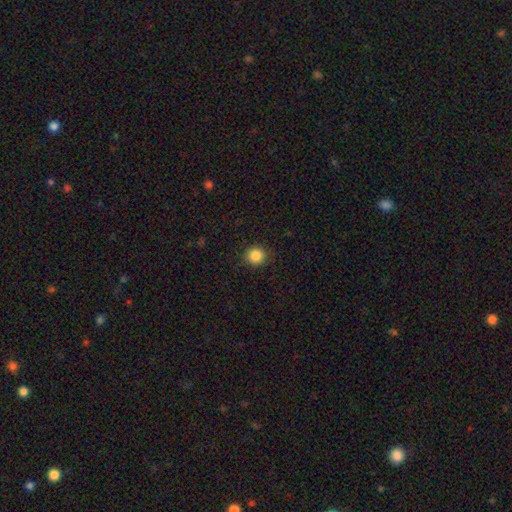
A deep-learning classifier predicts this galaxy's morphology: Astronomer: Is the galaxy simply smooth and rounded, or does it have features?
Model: smooth — 86%.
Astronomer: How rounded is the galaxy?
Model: round — 89%.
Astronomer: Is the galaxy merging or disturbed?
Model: none — 89%.